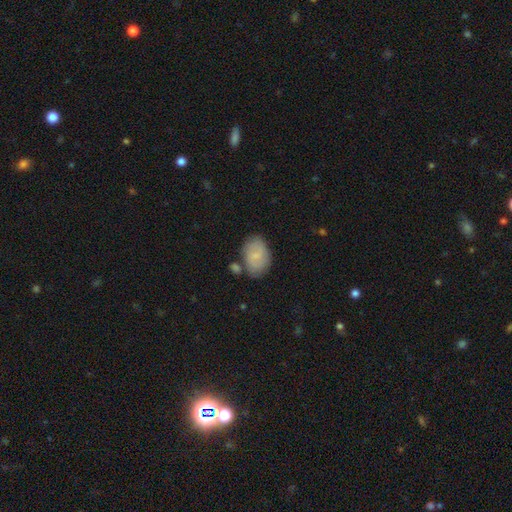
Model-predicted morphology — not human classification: type=smooth (71%); roundness=in between (84%); merging=none (66%).